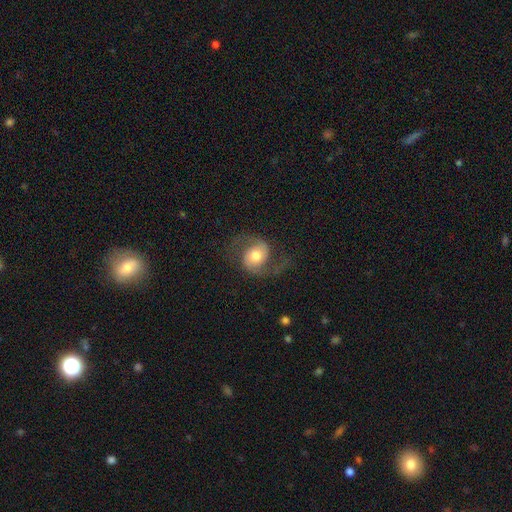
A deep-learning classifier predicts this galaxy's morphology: Smooth or featured? Predicted: featured or disk (p=0.75). Edge-on disk? Predicted: no (p=0.98). Bar? Predicted: no (p=0.63). Spiral arms? Predicted: yes (p=0.93). Spiral winding? Predicted: loose (p=0.53). Spiral arm count? Predicted: 2 (p=0.92). Bulge size? Predicted: moderate (p=0.68). Merging? Predicted: none (p=0.66).